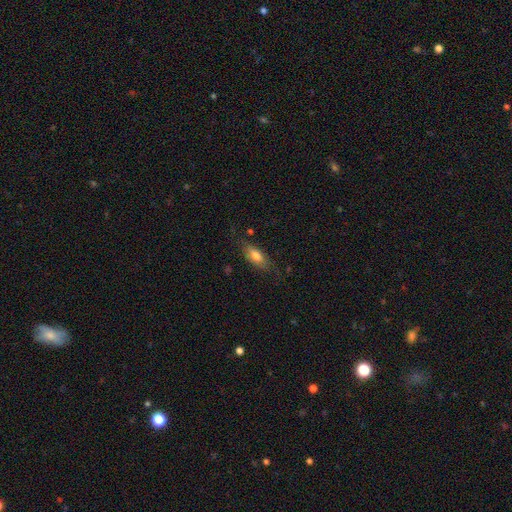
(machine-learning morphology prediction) Q: Smooth or featured?
A: smooth (72%); runner-up: featured or disk (20%)
Q: How rounded?
A: in between (75%); runner-up: cigar-shaped (21%)
Q: Merging?
A: none (70%); runner-up: minor disturbance (21%)